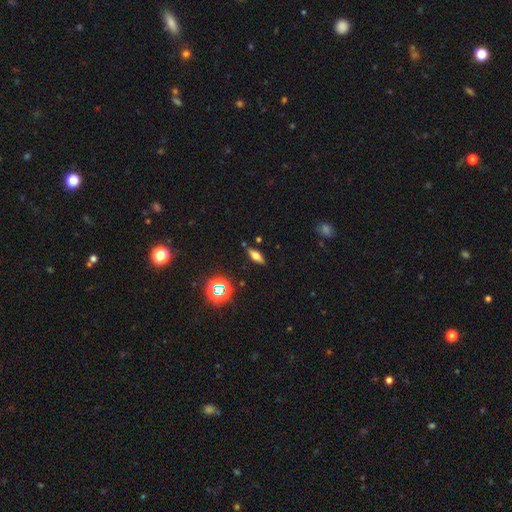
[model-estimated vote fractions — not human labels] A smooth galaxy with no disk features (47%). Merging: none (85%).